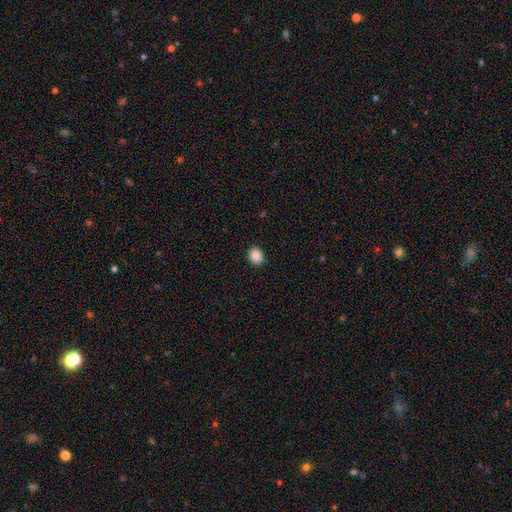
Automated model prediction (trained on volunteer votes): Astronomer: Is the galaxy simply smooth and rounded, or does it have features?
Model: smooth — 88%.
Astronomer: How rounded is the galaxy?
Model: round — 55% (runner-up: in between, 45%).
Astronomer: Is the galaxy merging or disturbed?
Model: none — 90%.